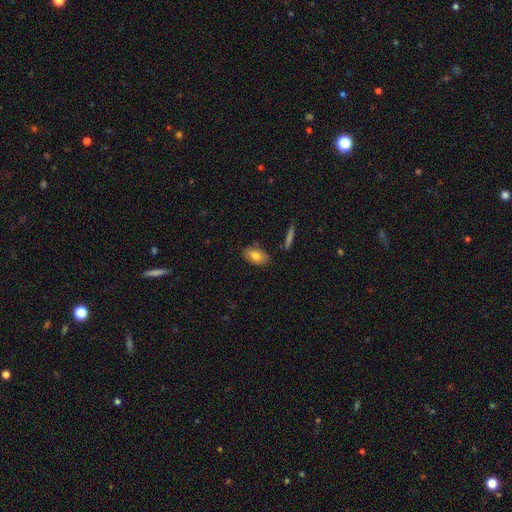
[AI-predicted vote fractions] Overall: smooth (77%). How rounded: in between (90%). Merging: none (81%).